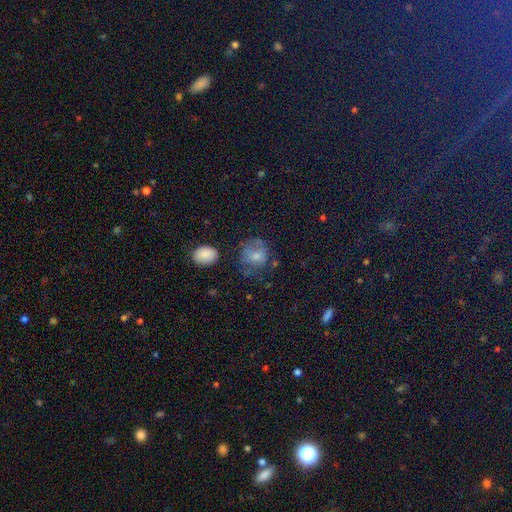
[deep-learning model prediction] Morphology: type=smooth (67%); roundness=round (70%); merging=none (49%).